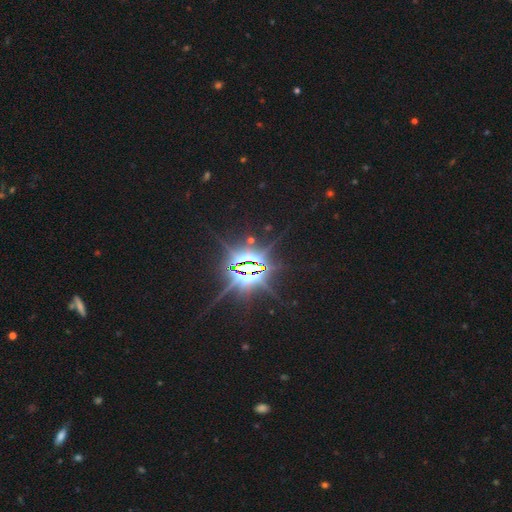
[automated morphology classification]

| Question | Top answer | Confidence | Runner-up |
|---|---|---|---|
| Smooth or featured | star or artifact | 85% | featured or disk (10%) |